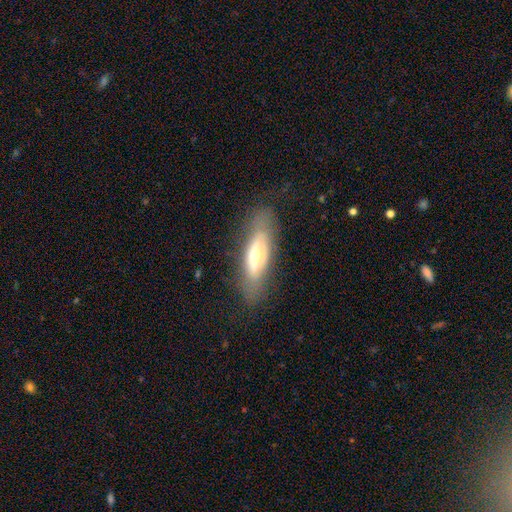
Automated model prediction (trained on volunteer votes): Overall: smooth (48%; featured or disk 45%). Merging: none (72%).